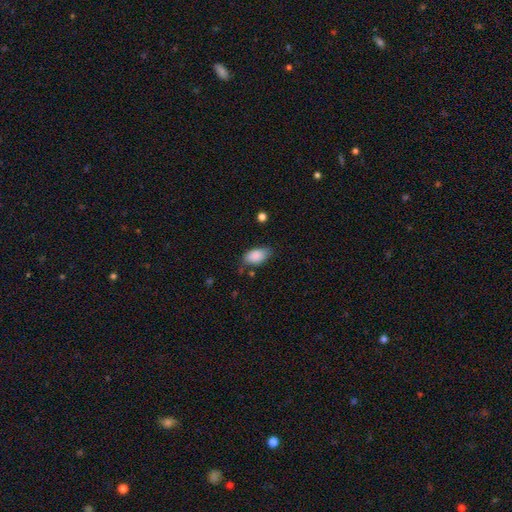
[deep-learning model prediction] Smooth or featured? Predicted: smooth (p=0.88). How rounded? Predicted: in between (p=0.93). Merging? Predicted: none (p=0.73).